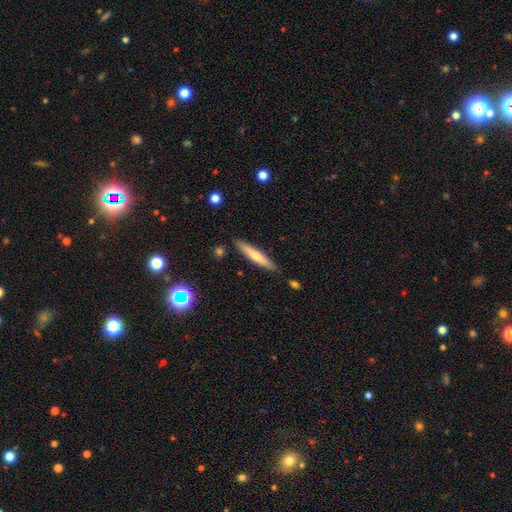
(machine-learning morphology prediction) The model was most divided on "smooth or featured": smooth: 65%, featured or disk: 29%, star or artifact: 6%. More confident: how rounded — cigar-shaped (91%); merging — none (87%).